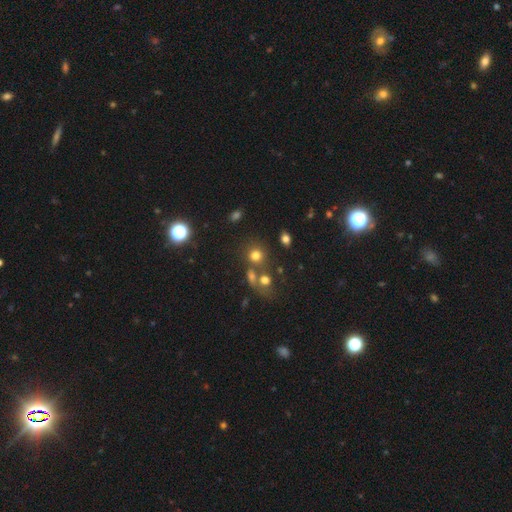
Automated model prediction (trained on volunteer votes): Smooth or featured?
  - smooth: 71% *
  - star or artifact: 19%
  - featured or disk: 10%
How rounded?
  - round: 83% *
  - in between: 16%
  - cigar-shaped: 1%
Merging?
  - none: 60% *
  - merger: 23%
  - minor disturbance: 11%
  - major disturbance: 6%